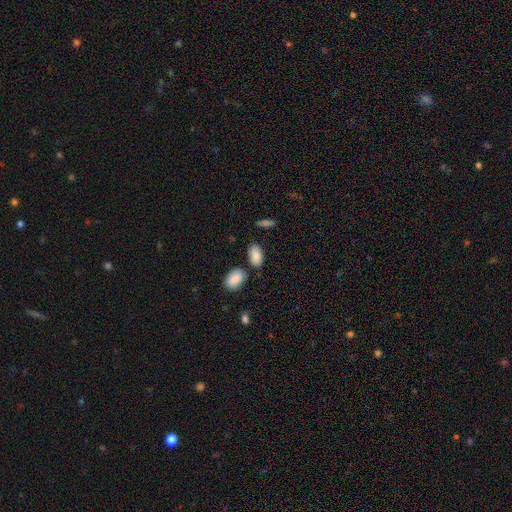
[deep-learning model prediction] Smooth or featured? smooth (86%)
How rounded? in between (92%)
Merging? none (71%)